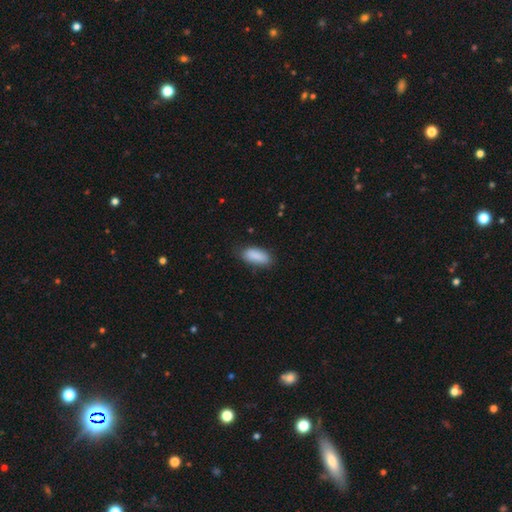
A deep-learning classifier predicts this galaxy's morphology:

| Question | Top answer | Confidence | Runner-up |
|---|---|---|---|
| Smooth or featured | smooth | 89% | star or artifact (7%) |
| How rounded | in between | 83% | cigar-shaped (15%) |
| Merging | none | 77% | minor disturbance (18%) |